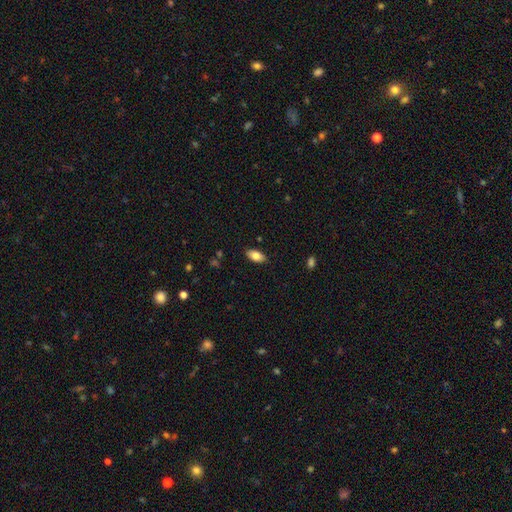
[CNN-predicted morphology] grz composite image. It shows a smooth galaxy with no disk features (81%) that is in between round and cigar-shaped (92%). Merging: none (87%).